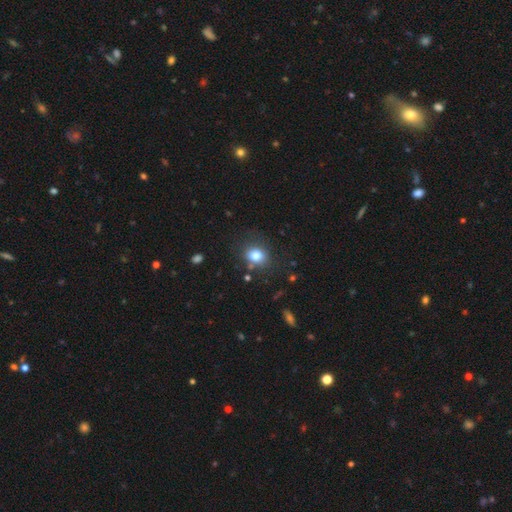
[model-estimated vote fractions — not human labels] Smooth or featured?
  - smooth: 80% *
  - star or artifact: 11%
  - featured or disk: 9%
How rounded?
  - round: 59% *
  - in between: 40%
  - cigar-shaped: 1%
Merging?
  - none: 74% *
  - minor disturbance: 15%
  - major disturbance: 6%
  - merger: 5%